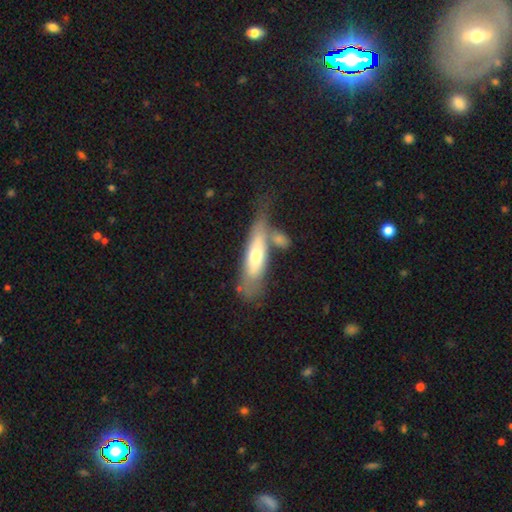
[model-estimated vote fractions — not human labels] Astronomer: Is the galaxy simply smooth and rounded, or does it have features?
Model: smooth — 54% (runner-up: featured or disk, 40%).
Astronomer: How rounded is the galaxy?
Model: cigar-shaped — 55% (runner-up: in between, 43%).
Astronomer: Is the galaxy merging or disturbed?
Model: none — 40% (runner-up: merger, 29%).